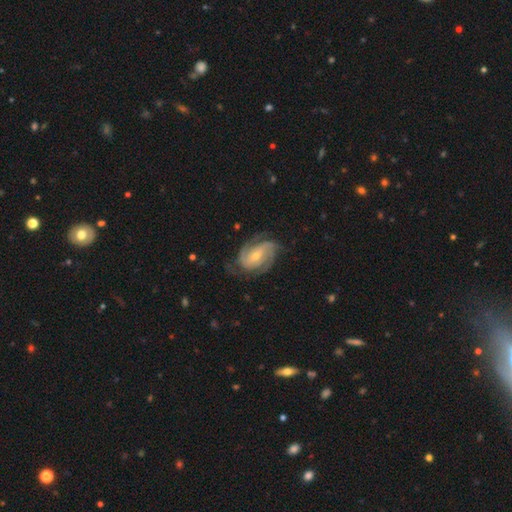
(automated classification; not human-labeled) Smooth or featured?
  - featured or disk: 88% *
  - smooth: 7%
  - star or artifact: 5%
Edge-on disk?
  - no: 97% *
  - yes: 3%
Bar?
  - weak: 40% *
  - no: 39%
  - strong: 21%
Spiral arms?
  - yes: 97% *
  - no: 3%
Spiral winding?
  - tight: 45% *
  - medium: 43%
  - loose: 12%
Spiral arm count?
  - 3: 37% *
  - 2: 35%
  - can't tell: 12%
  - 4: 8%
  - 1: 4%
  - more than 4: 4%
Bulge size?
  - small: 57% *
  - moderate: 39%
  - large: 2%
  - none: 1%
  - dominant: 1%
Merging?
  - none: 72% *
  - minor disturbance: 18%
  - major disturbance: 8%
  - merger: 1%